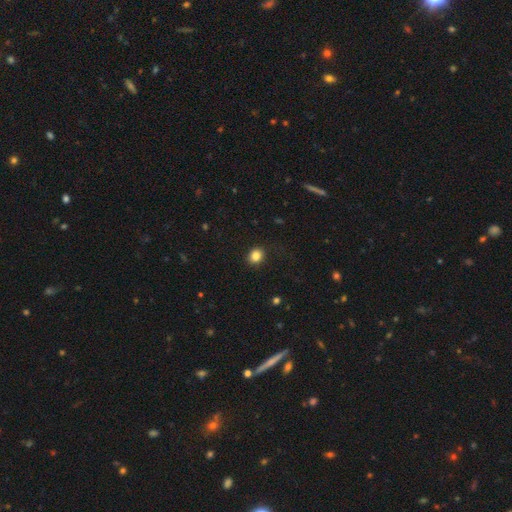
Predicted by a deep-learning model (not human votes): A smooth galaxy with no disk features (84%) that is round (64%).

Vote fractions:
- Smooth or featured? smooth: 84% / star or artifact: 10% / featured or disk: 5%
- How rounded? round: 64% / in between: 35% / cigar-shaped: 1%
- Merging? none: 87% / minor disturbance: 9% / major disturbance: 3% / merger: 1%